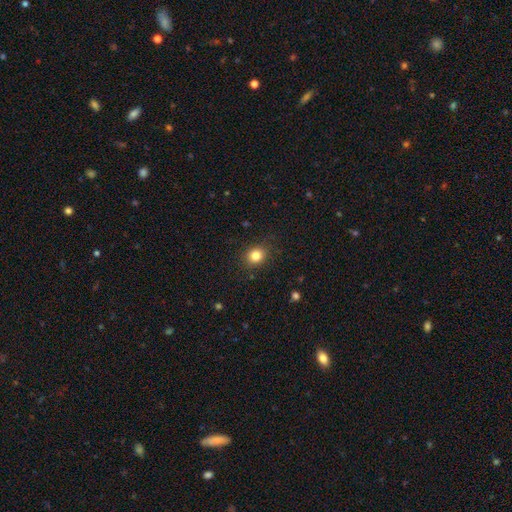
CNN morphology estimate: smooth-or-featured: smooth: 82% | star or artifact: 12% | featured or disk: 6%
  how-rounded: round: 71% | in between: 28% | cigar-shaped: 1%
  merging: none: 87% | minor disturbance: 9% | major disturbance: 3% | merger: 1%